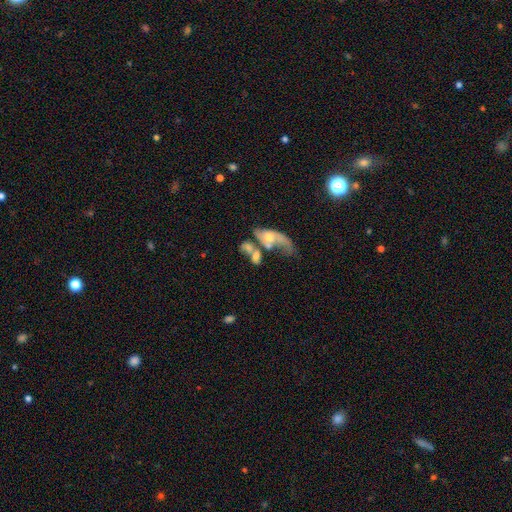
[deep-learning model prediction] Smooth or featured?
  - featured or disk: 47% *
  - smooth: 43%
  - star or artifact: 10%
Merging?
  - merger: 57% *
  - major disturbance: 20%
  - none: 14%
  - minor disturbance: 9%